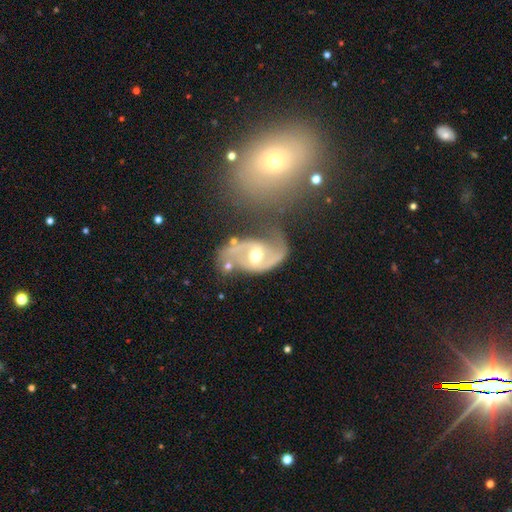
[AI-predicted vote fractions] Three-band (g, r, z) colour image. It shows a featured or disk galaxy (88%) with a weak bar (45%), 2 (91%) medium (46%) spiral arms (95%) and a moderate central bulge (72%). Merging: none (48%).